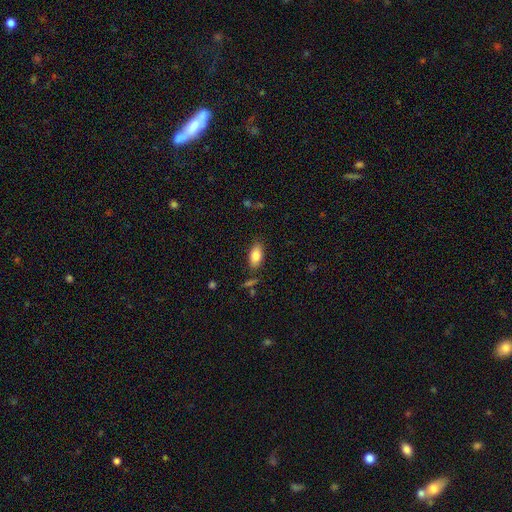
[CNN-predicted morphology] This is clearly a smooth galaxy (83%). How rounded: clearly in between (90%). Merging: clearly none (83%).